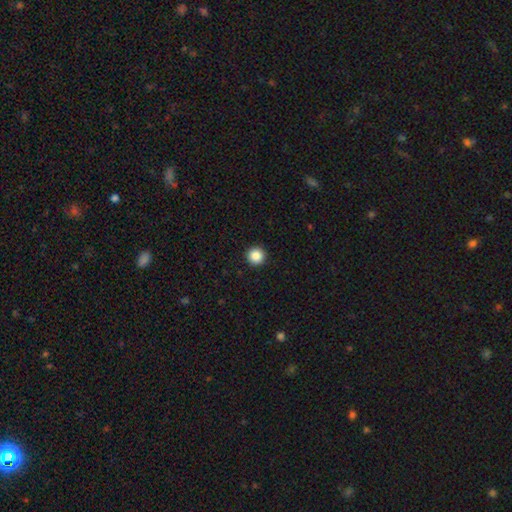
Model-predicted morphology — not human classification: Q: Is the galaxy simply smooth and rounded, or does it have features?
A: smooth — 87%.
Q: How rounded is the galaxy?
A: round — 96%.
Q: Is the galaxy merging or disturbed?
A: none — 94%.